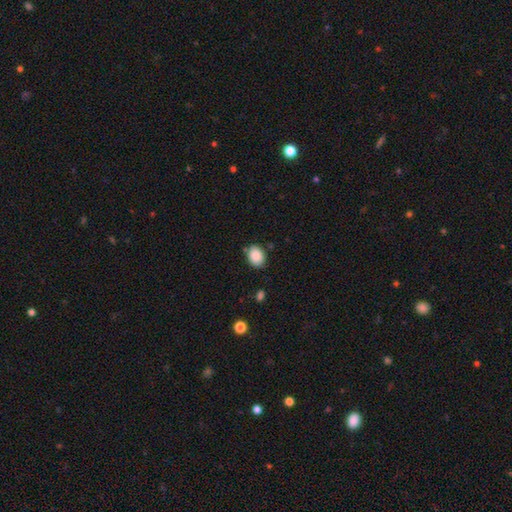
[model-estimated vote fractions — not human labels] Morphology: type=smooth (88%); roundness=in between (64%); merging=none (79%).